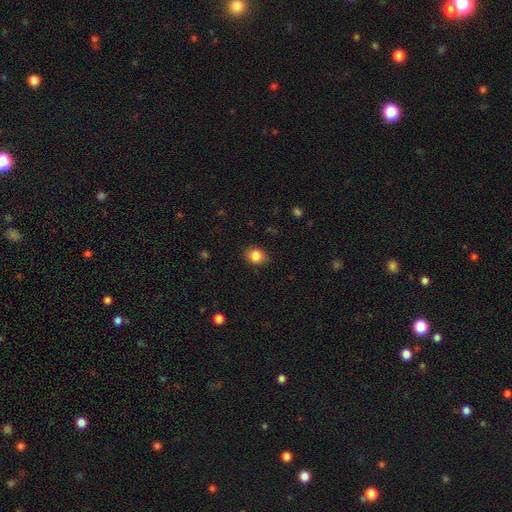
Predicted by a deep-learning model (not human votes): This appears to be a smooth galaxy with no disk features (85%) that is round (56%). Merging: none (86%).